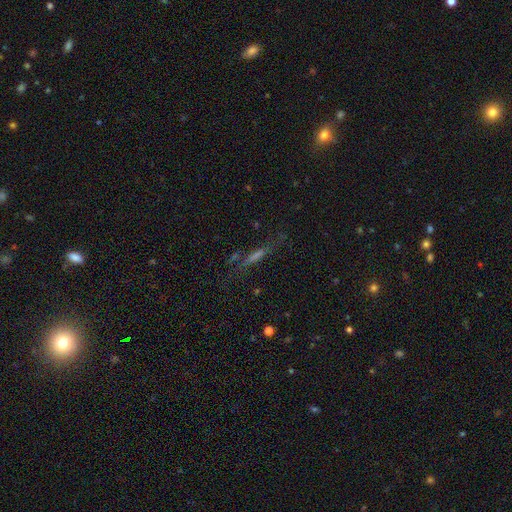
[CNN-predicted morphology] This appears to be a featured or disk galaxy (40%). Merging: none (68%).